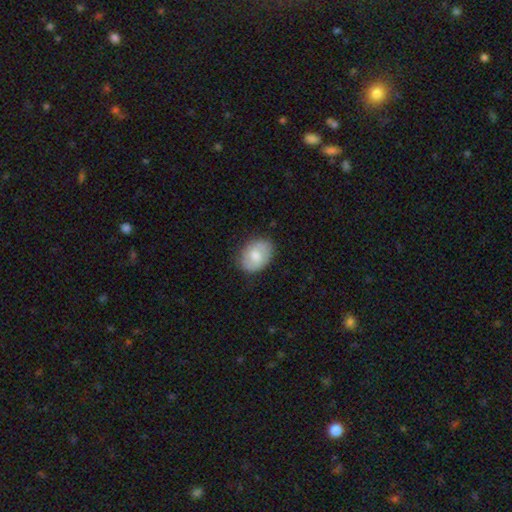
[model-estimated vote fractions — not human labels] Morphology: type=smooth (68%); roundness=in between (71%); merging=none (79%).